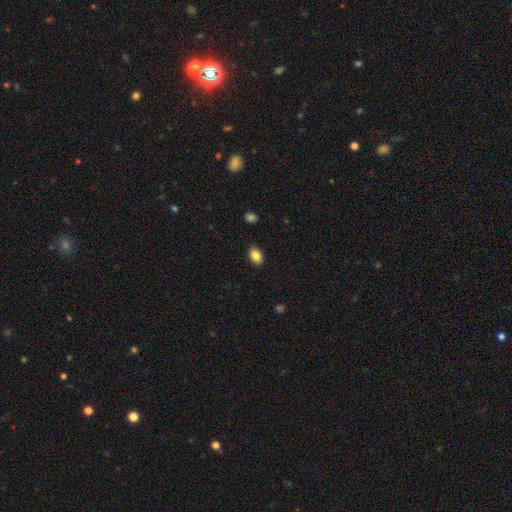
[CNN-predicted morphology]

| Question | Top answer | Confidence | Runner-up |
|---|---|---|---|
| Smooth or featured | smooth | 85% | star or artifact (8%) |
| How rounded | in between | 86% | round (13%) |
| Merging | none | 88% | minor disturbance (9%) |